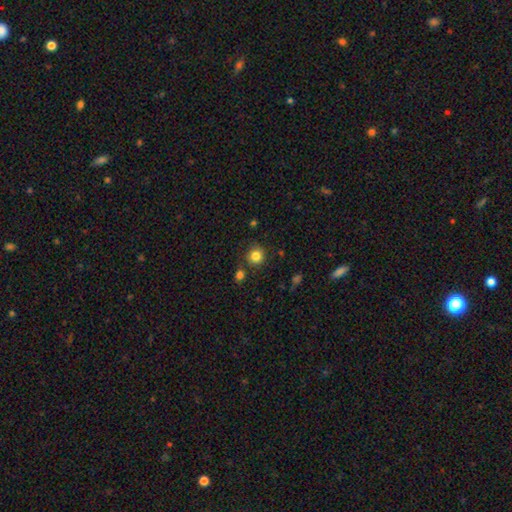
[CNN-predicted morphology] A smooth galaxy with no disk features (83%) that is round (91%). Merging: none (81%).